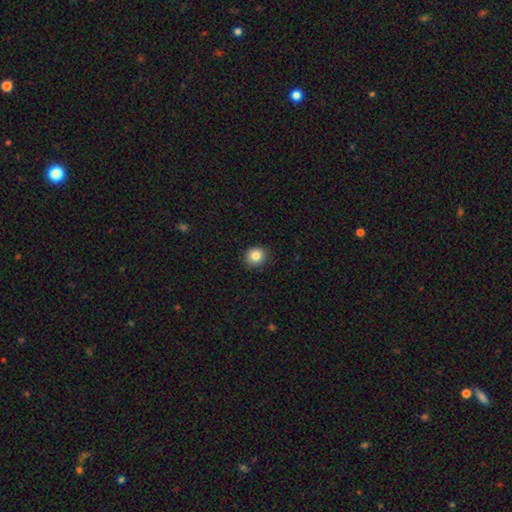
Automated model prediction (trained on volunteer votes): Smooth or featured?
  - smooth: 84% *
  - star or artifact: 10%
  - featured or disk: 6%
How rounded?
  - round: 83% *
  - in between: 17%
  - cigar-shaped: 1%
Merging?
  - none: 90% *
  - minor disturbance: 7%
  - major disturbance: 2%
  - merger: 1%